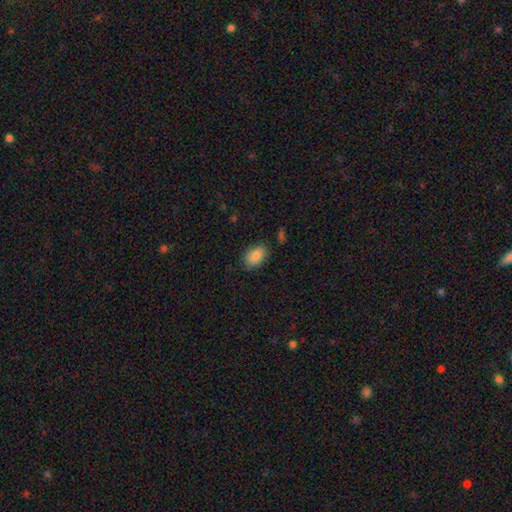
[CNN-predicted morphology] Overall: smooth (87%). How rounded: in between (90%). Merging: none (83%).